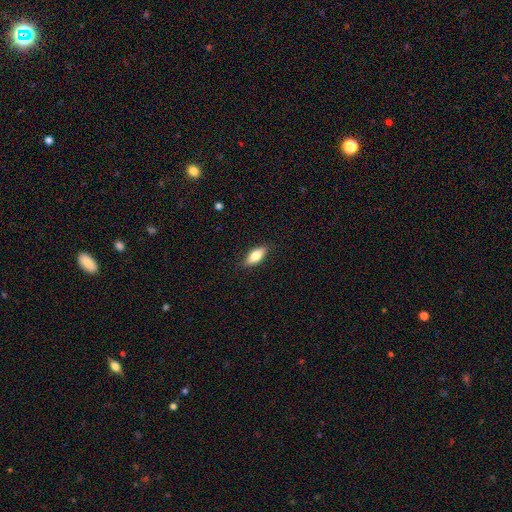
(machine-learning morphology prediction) smooth_or_featured: smooth (p=0.70) [alt: featured or disk p=0.23]
how_rounded: in between (p=0.76) [alt: cigar-shaped p=0.21]
merging: none (p=0.87) [alt: minor disturbance p=0.10]